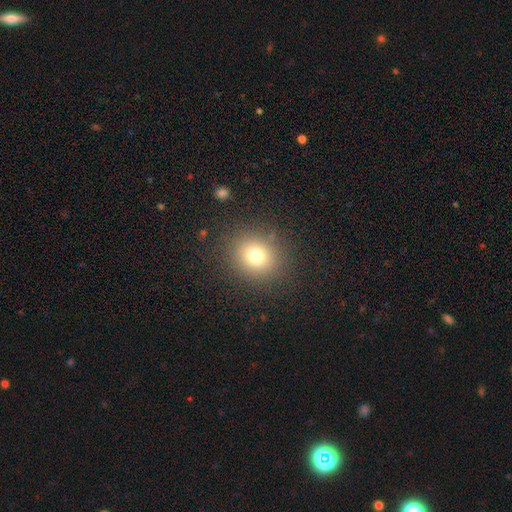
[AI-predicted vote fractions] A smooth galaxy with no disk features (73%) that is round (81%).

Vote fractions:
- Smooth or featured? smooth: 73% / star or artifact: 16% / featured or disk: 10%
- How rounded? round: 81% / in between: 18% / cigar-shaped: 1%
- Merging? none: 87% / minor disturbance: 8% / major disturbance: 4% / merger: 1%